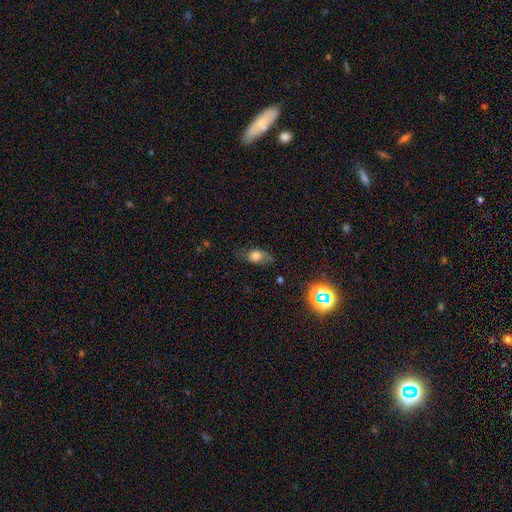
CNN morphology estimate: Smooth or featured?
  - smooth: 70% *
  - featured or disk: 18%
  - star or artifact: 13%
How rounded?
  - in between: 78% *
  - round: 16%
  - cigar-shaped: 6%
Merging?
  - none: 62% *
  - minor disturbance: 25%
  - major disturbance: 11%
  - merger: 2%